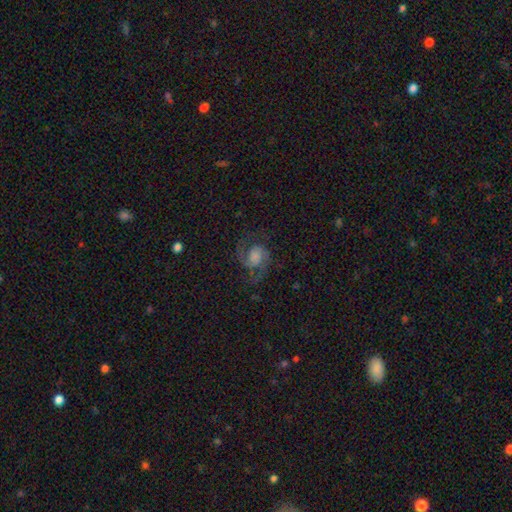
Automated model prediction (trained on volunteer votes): Overall: featured or disk (83%). Edge-on disk: no (98%). Bar: no (61%; weak 33%). Spiral arms: yes (97%). Spiral arm count: 2 (91%). Spiral winding: medium (58%; tight 23%). Bulge size: moderate (31%; large 26%). Merging: none (76%).